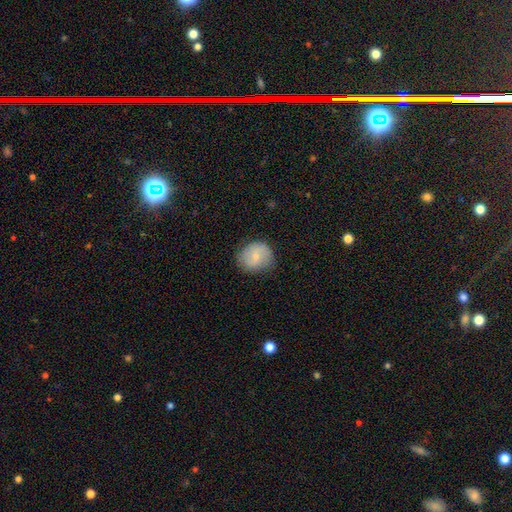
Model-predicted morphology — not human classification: Smooth or featured?
  - smooth: 65% *
  - featured or disk: 28%
  - star or artifact: 7%
How rounded?
  - round: 70% *
  - in between: 29%
  - cigar-shaped: 1%
Merging?
  - none: 74% *
  - minor disturbance: 20%
  - major disturbance: 5%
  - merger: 1%